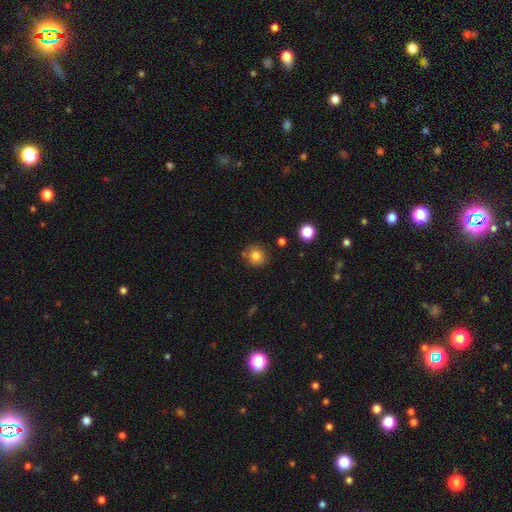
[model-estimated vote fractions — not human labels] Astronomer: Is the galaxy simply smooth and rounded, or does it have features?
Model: smooth — 81%.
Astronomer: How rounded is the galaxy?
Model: round — 89%.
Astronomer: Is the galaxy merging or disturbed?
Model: none — 79%.